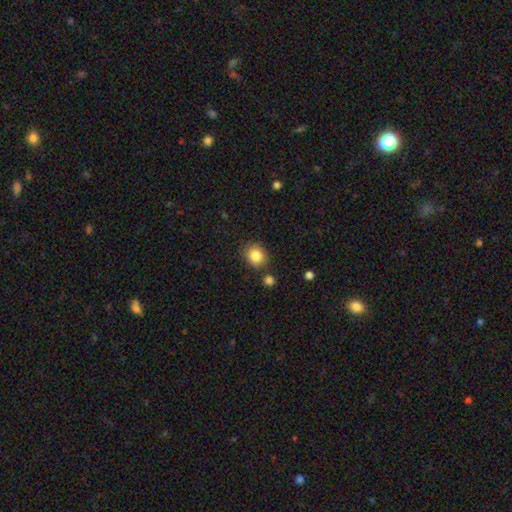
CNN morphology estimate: smooth 84%, star or artifact 9%, featured or disk 6%. Down the decision tree: how rounded — round (71%); merging — none (79%).